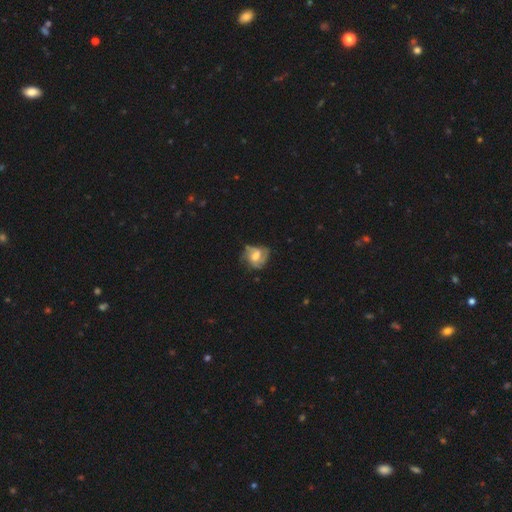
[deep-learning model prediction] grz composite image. It shows a featured or disk galaxy (64%) with a weak bar (45%), 2 (45%) medium (44%) spiral arms (85%) and a moderate central bulge (50%). Merging: none (55%).